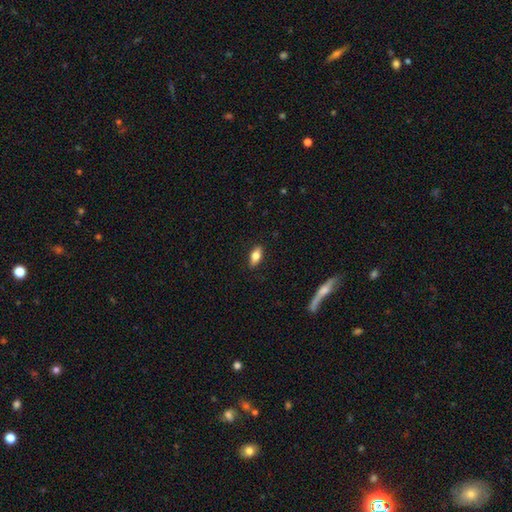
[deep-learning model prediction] Morphology: type=smooth (71%); roundness=in between (81%); merging=none (88%).